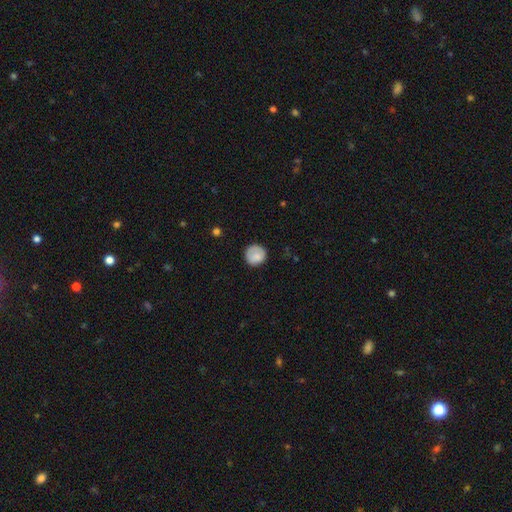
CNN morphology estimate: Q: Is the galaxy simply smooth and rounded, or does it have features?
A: smooth — 82%.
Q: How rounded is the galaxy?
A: round — 89%.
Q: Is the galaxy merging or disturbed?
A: none — 78%.